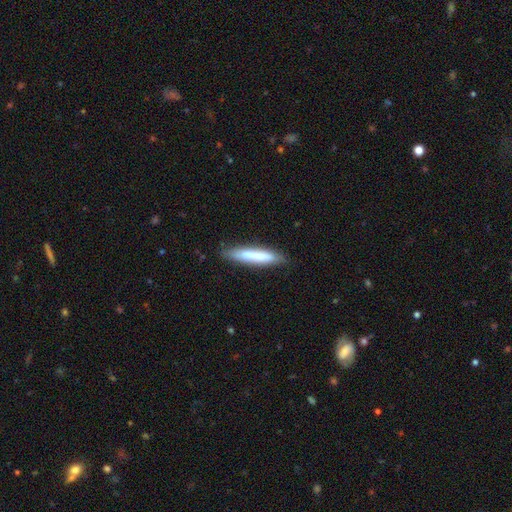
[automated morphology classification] smooth 72%, featured or disk 22%, star or artifact 6%. Down the decision tree: how rounded — cigar-shaped (88%); merging — none (82%).